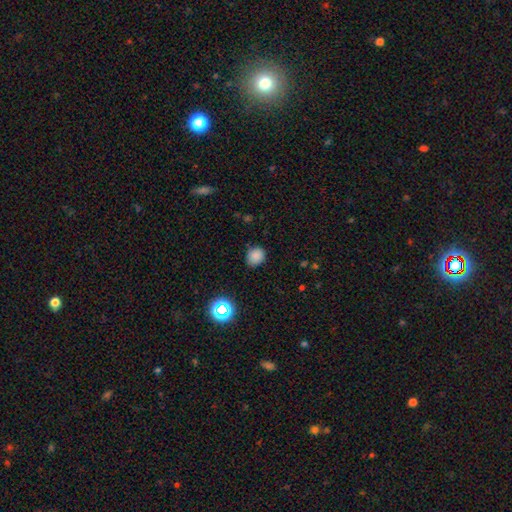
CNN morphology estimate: Smooth or featured?
  - smooth: 82% *
  - star or artifact: 14%
  - featured or disk: 5%
How rounded?
  - round: 73% *
  - in between: 26%
  - cigar-shaped: 1%
Merging?
  - none: 78% *
  - minor disturbance: 17%
  - major disturbance: 3%
  - merger: 2%